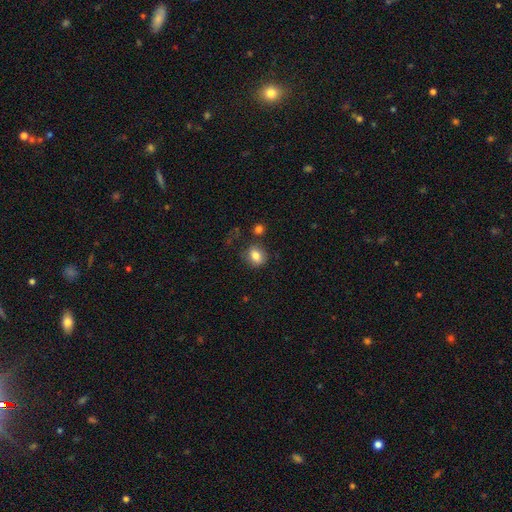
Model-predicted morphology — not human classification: Smooth or featured: smooth — 81% (star or artifact — 10%)
How rounded: round — 60% (in between — 39%)
Merging: none — 74% (minor disturbance — 15%)